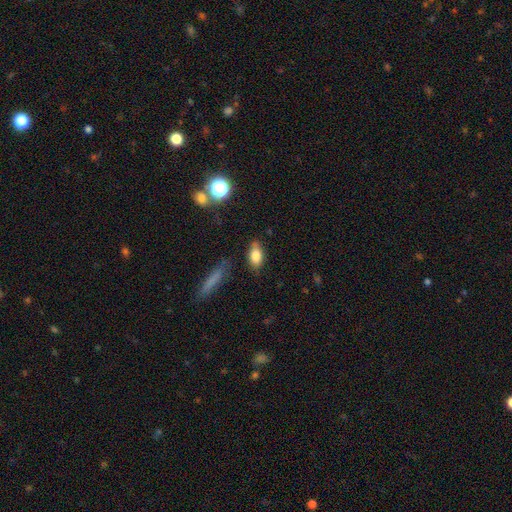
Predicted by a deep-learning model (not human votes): smooth 80%, featured or disk 12%, star or artifact 8%. Down the decision tree: how rounded — in between (85%); merging — none (73%).